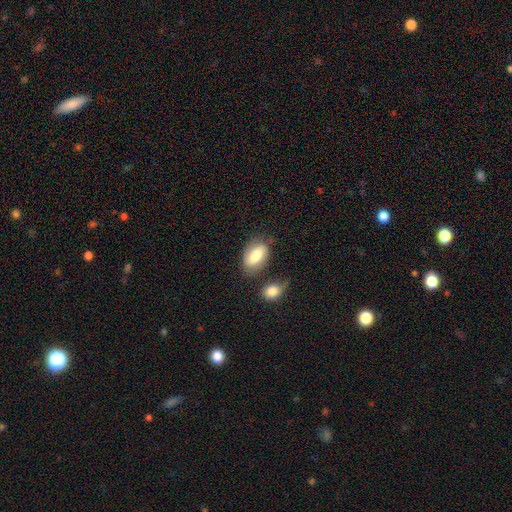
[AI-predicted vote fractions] smooth_or_featured: smooth (p=0.70) [alt: featured or disk p=0.23]
how_rounded: in between (p=0.91) [alt: round p=0.07]
merging: none (p=0.64) [alt: minor disturbance p=0.19]